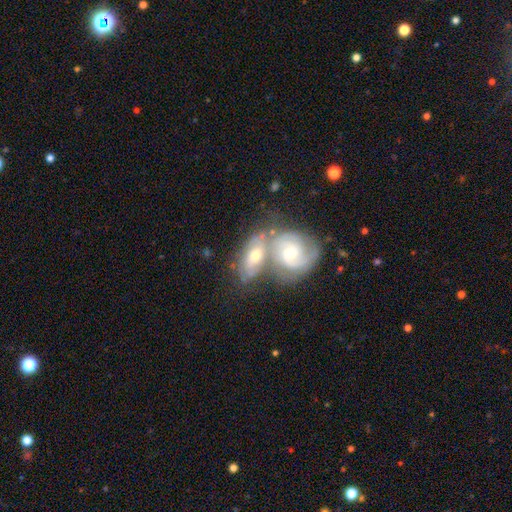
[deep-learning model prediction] This appears to be a featured or disk galaxy (65%) with no bar (62%), 2 (54%) tight (52%) spiral arms (84%) and a moderate central bulge (62%). Merging: merger (62%).